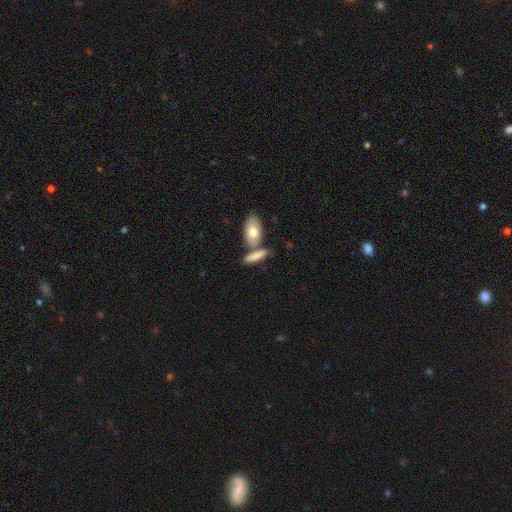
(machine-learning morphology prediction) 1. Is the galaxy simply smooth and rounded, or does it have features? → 78% smooth, 16% featured or disk, 6% star or artifact.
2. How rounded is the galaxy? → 57% in between, 39% cigar-shaped, 4% round.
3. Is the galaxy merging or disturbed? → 54% none, 30% merger, 12% minor disturbance, 4% major disturbance.